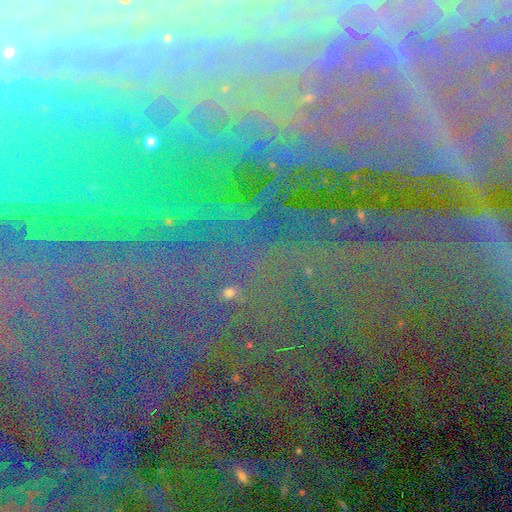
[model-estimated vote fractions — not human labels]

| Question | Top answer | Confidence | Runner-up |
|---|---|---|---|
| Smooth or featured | star or artifact | 83% | featured or disk (10%) |